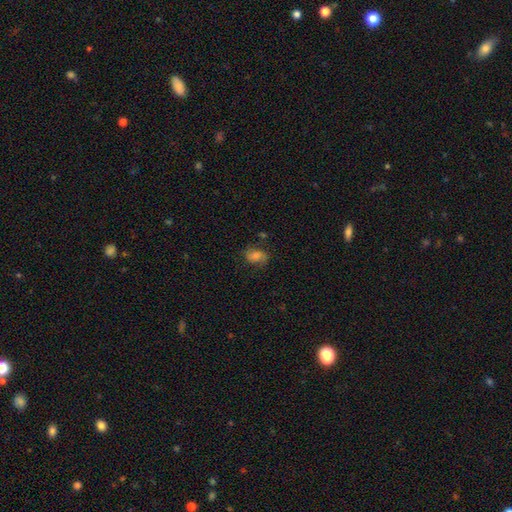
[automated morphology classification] Smooth or featured? smooth (61%)
How rounded? in between (74%)
Merging? none (72%)